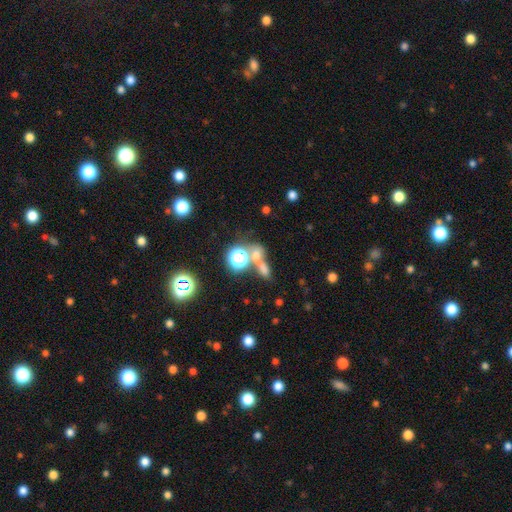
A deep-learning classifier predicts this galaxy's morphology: The model was most divided on "merging": merger: 43%, none: 41%, minor disturbance: 9%, major disturbance: 7%. More confident: how rounded — round (52%); smooth or featured — smooth (52%).